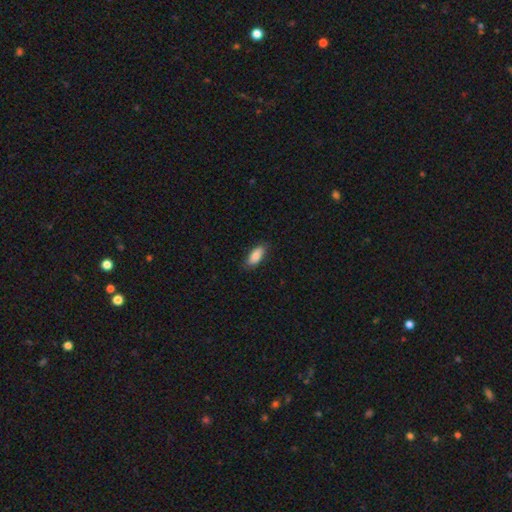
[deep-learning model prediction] Q: Smooth or featured?
A: smooth (85%); runner-up: featured or disk (9%)
Q: How rounded?
A: in between (85%); runner-up: cigar-shaped (13%)
Q: Merging?
A: none (82%); runner-up: minor disturbance (14%)